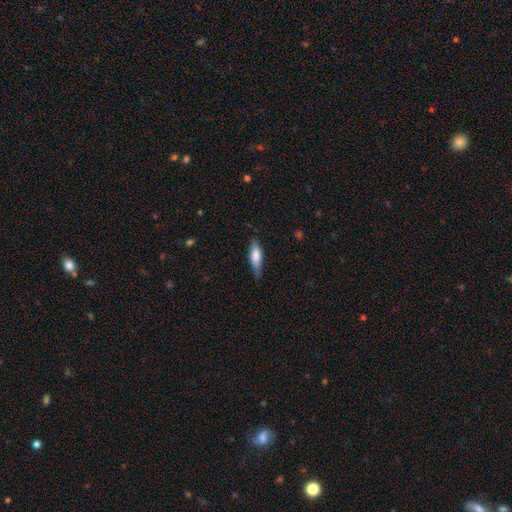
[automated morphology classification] Q: Smooth or featured?
A: smooth (69%); runner-up: featured or disk (25%)
Q: How rounded?
A: cigar-shaped (54%); runner-up: in between (44%)
Q: Merging?
A: none (74%); runner-up: minor disturbance (21%)